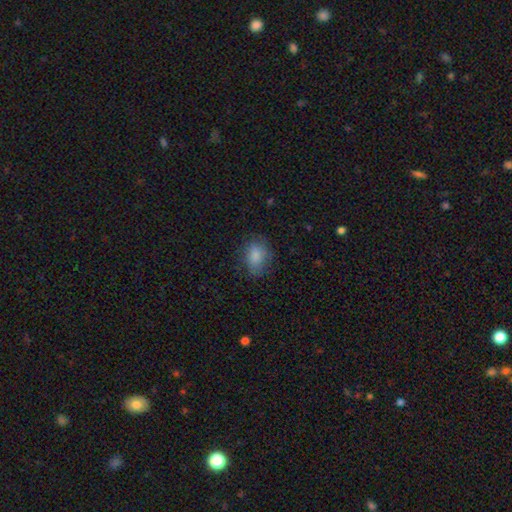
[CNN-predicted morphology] type=smooth (84%); roundness=in between (73%); merging=none (72%).